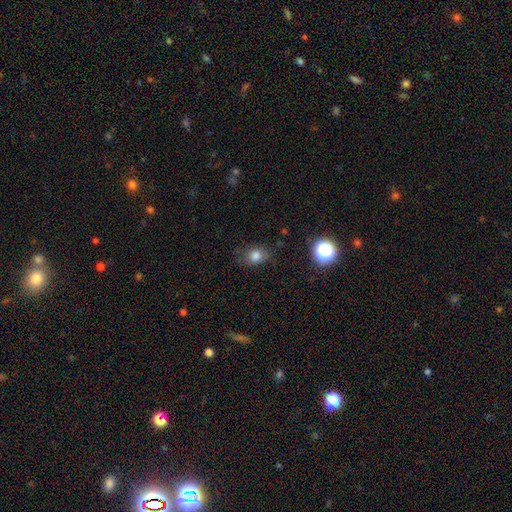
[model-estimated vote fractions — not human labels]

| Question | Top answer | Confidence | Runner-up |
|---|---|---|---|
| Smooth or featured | smooth | 80% | star or artifact (13%) |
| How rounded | in between | 58% | round (41%) |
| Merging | none | 73% | minor disturbance (20%) |